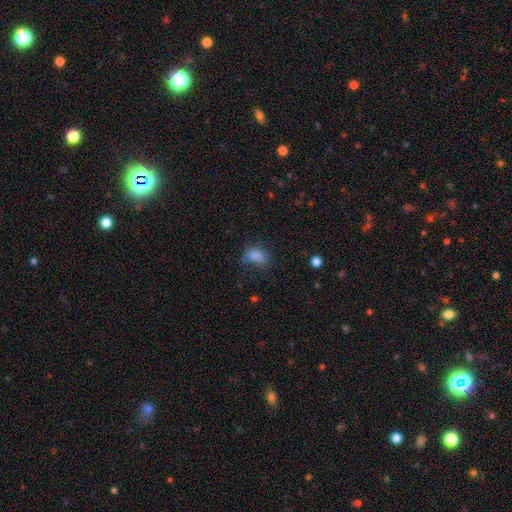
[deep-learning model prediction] smooth 80%, star or artifact 12%, featured or disk 8%. Down the decision tree: how rounded — in between (81%); merging — none (51%).